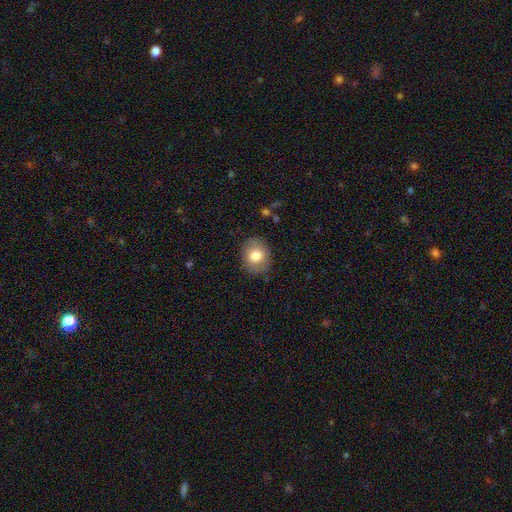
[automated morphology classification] A smooth galaxy with no disk features (79%) that is round (56%).

Vote fractions:
- Smooth or featured? smooth: 79% / featured or disk: 13% / star or artifact: 8%
- How rounded? round: 56% / in between: 43% / cigar-shaped: 1%
- Merging? none: 84% / minor disturbance: 12% / major disturbance: 3% / merger: 1%